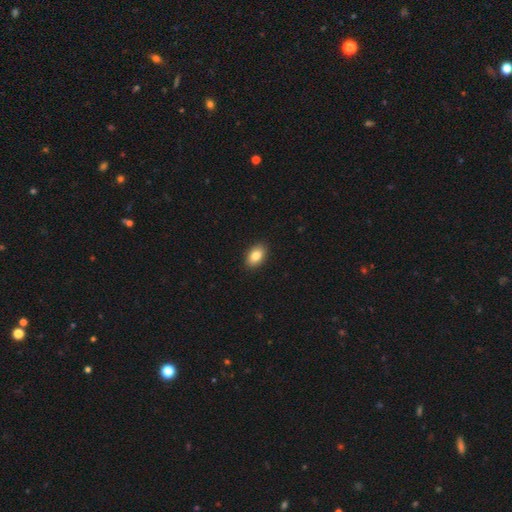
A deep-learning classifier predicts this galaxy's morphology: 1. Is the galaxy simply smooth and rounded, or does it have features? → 84% smooth, 9% featured or disk, 8% star or artifact.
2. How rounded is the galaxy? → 90% in between, 9% round, 2% cigar-shaped.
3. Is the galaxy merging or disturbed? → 90% none, 7% minor disturbance, 2% major disturbance, 1% merger.